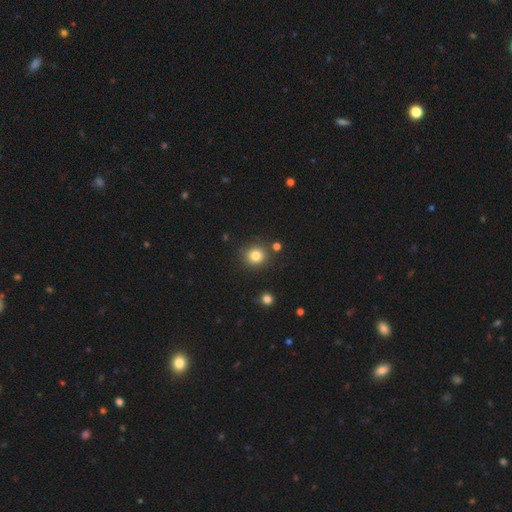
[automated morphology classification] smooth-or-featured: smooth: 82% | star or artifact: 12% | featured or disk: 6%
  how-rounded: round: 90% | in between: 9% | cigar-shaped: 1%
  merging: none: 85% | minor disturbance: 8% | merger: 5% | major disturbance: 3%